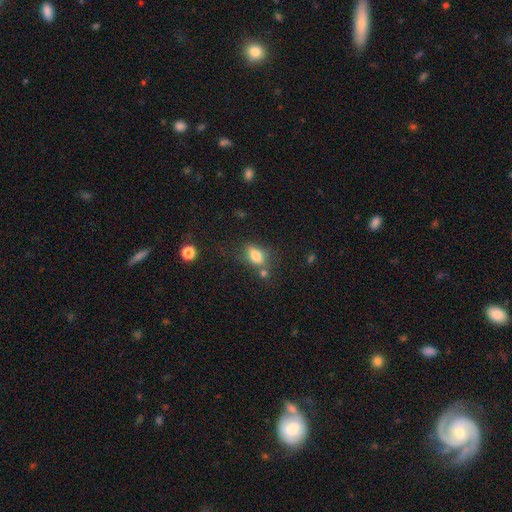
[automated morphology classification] type=smooth (77%); roundness=in between (81%); merging=none (57%).